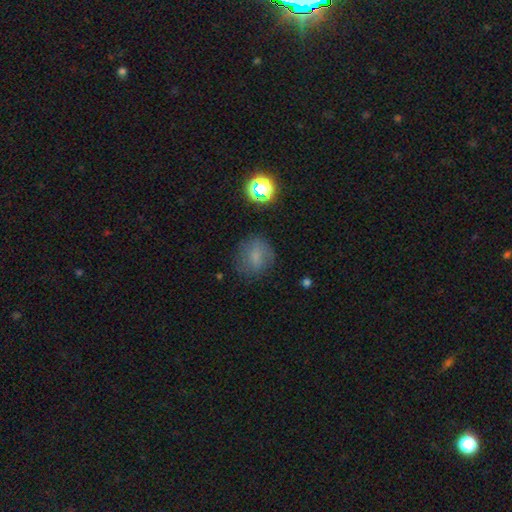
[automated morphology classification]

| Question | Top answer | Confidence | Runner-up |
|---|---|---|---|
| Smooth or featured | smooth | 69% | star or artifact (16%) |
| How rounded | round | 71% | in between (28%) |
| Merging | none | 73% | minor disturbance (18%) |